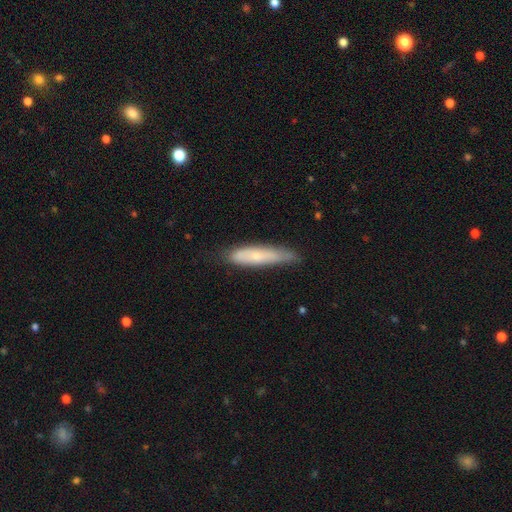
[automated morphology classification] The model was most divided on "smooth or featured": smooth: 59%, featured or disk: 34%, star or artifact: 7%. More confident: how rounded — cigar-shaped (81%); merging — none (67%).